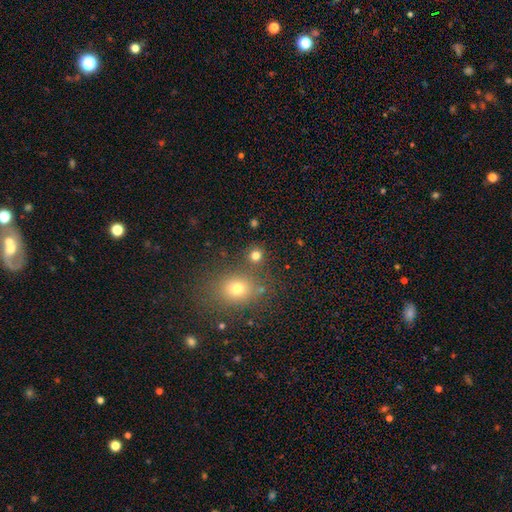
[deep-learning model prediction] Smooth or featured?
  - smooth: 77% *
  - star or artifact: 17%
  - featured or disk: 6%
How rounded?
  - round: 85% *
  - in between: 14%
  - cigar-shaped: 1%
Merging?
  - none: 76% *
  - merger: 12%
  - minor disturbance: 8%
  - major disturbance: 4%